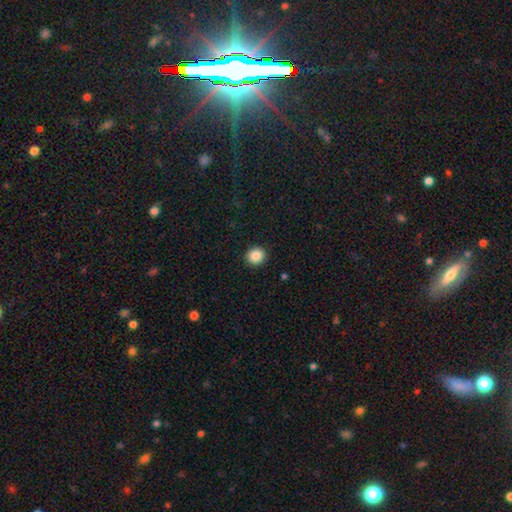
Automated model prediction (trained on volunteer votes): Smooth or featured? smooth (87%)
How rounded? round (88%)
Merging? none (92%)